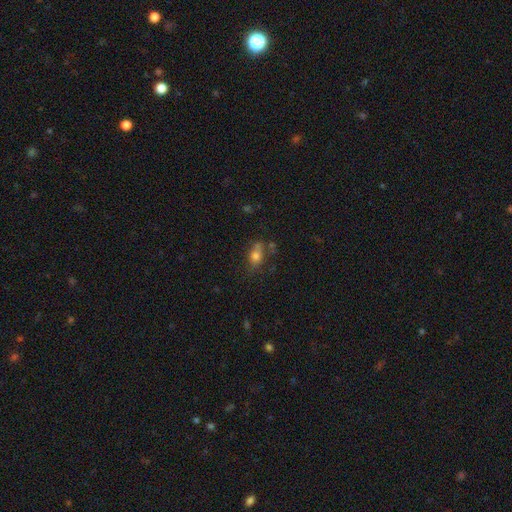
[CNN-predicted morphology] The model was most divided on "merging": none: 55%, minor disturbance: 24%, merger: 12%, major disturbance: 9%. More confident: smooth or featured — smooth (74%); how rounded — in between (73%).